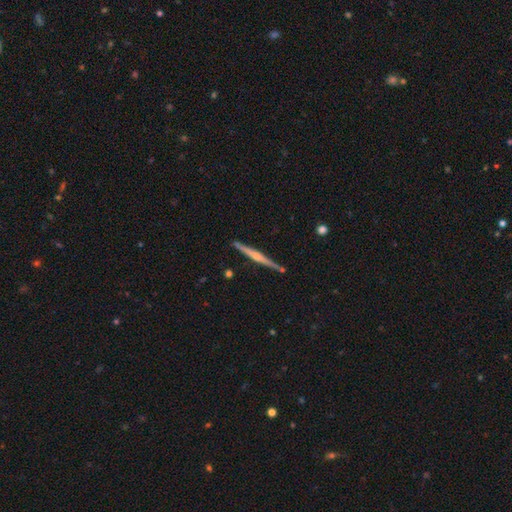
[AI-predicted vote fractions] Morphology: type=featured or disk (74%); edge-on=yes (98%); edge-on bulge=rounded (66%); merging=none (88%).